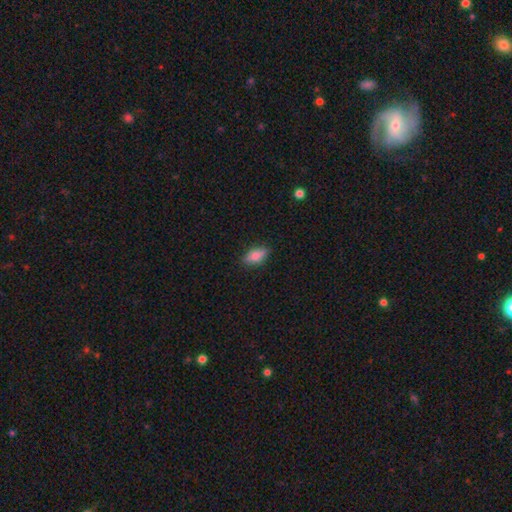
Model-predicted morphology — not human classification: Smooth or featured: smooth — 76% (featured or disk — 15%)
How rounded: in between — 84% (cigar-shaped — 11%)
Merging: none — 79% (minor disturbance — 17%)